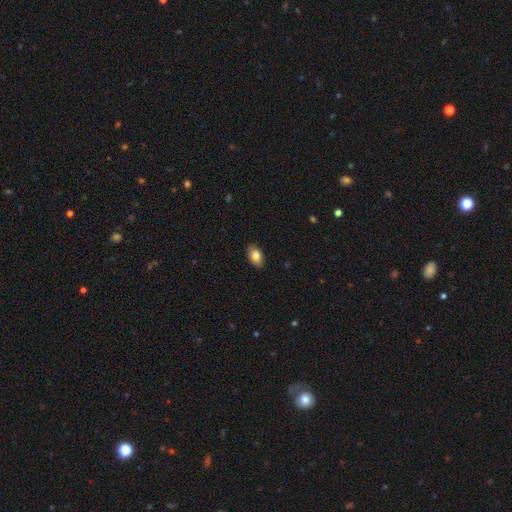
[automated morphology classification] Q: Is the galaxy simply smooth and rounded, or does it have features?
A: smooth — 83%.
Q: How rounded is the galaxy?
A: in between — 91%.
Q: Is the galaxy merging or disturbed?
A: none — 88%.